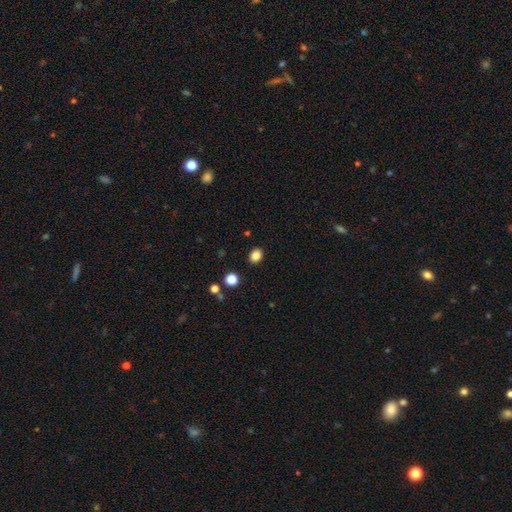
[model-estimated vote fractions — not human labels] A smooth galaxy with no disk features (85%) that is round (52%).

Vote fractions:
- Smooth or featured? smooth: 85% / star or artifact: 11% / featured or disk: 4%
- How rounded? round: 52% / in between: 47% / cigar-shaped: 1%
- Merging? none: 89% / minor disturbance: 7% / major disturbance: 2% / merger: 2%